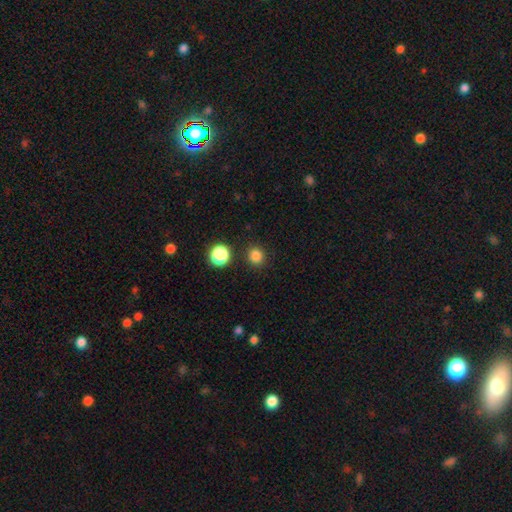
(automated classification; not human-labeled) A smooth galaxy with no disk features (83%) that is round (90%). Merging: none (90%).